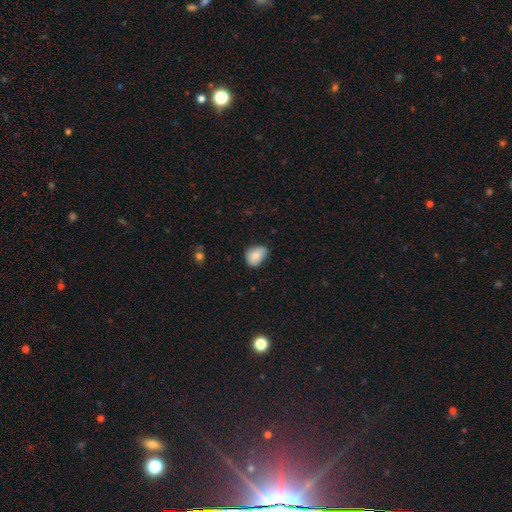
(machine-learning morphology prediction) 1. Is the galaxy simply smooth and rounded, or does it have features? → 83% smooth, 9% featured or disk, 8% star or artifact.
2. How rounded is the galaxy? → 65% in between, 34% round, 1% cigar-shaped.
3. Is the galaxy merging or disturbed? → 54% none, 38% minor disturbance, 6% major disturbance, 2% merger.